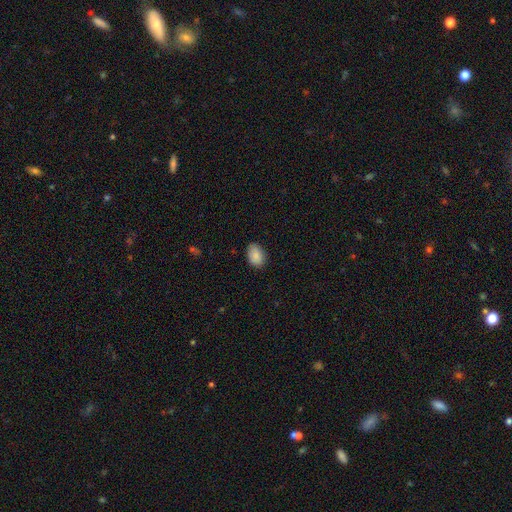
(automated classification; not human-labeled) A smooth galaxy with no disk features (87%) that is in between round and cigar-shaped (86%).

Vote fractions:
- Smooth or featured? smooth: 87% / star or artifact: 7% / featured or disk: 6%
- How rounded? in between: 86% / round: 12% / cigar-shaped: 1%
- Merging? none: 81% / minor disturbance: 16% / major disturbance: 3% / merger: 1%